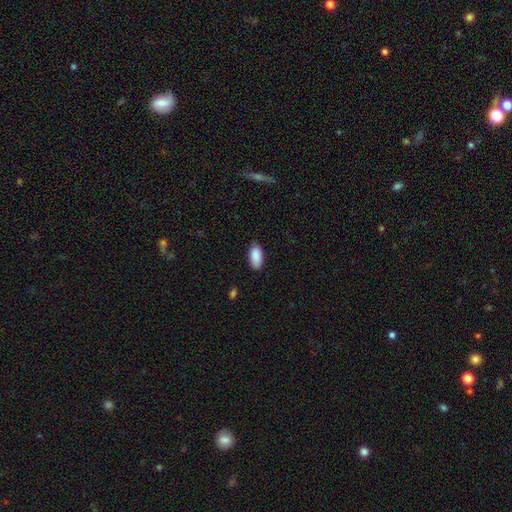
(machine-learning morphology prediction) Smooth or featured? Predicted: smooth (p=0.90). How rounded? Predicted: in between (p=0.94). Merging? Predicted: none (p=0.82).